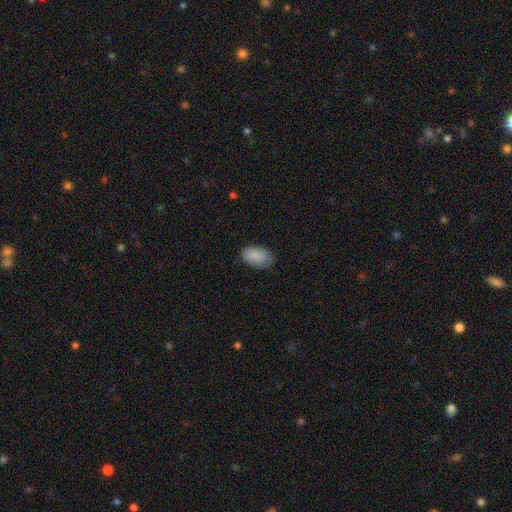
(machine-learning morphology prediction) Q: Smooth or featured?
A: smooth (89%); runner-up: star or artifact (6%)
Q: How rounded?
A: in between (93%); runner-up: round (6%)
Q: Merging?
A: none (76%); runner-up: minor disturbance (19%)